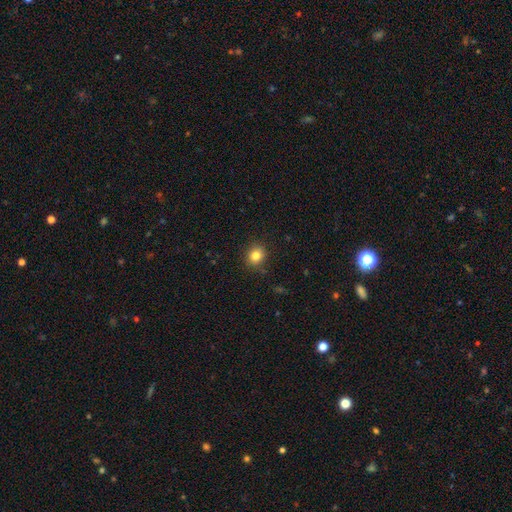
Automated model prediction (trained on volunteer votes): Smooth or featured?
  - smooth: 83% *
  - star or artifact: 11%
  - featured or disk: 6%
How rounded?
  - round: 77% *
  - in between: 22%
  - cigar-shaped: 1%
Merging?
  - none: 86% *
  - minor disturbance: 10%
  - major disturbance: 2%
  - merger: 1%